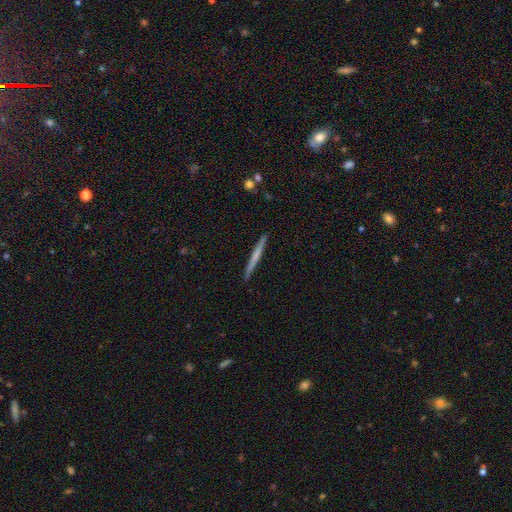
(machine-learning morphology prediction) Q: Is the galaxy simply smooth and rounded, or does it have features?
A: smooth — 48%.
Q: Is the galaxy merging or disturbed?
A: none — 91%.